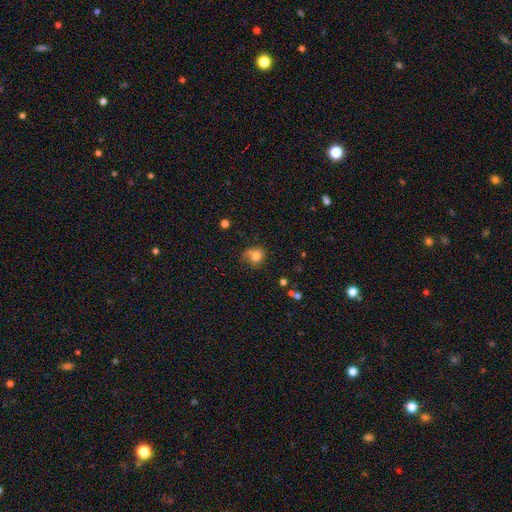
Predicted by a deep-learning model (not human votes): Smooth or featured? smooth (79%)
How rounded? round (75%)
Merging? none (50%)